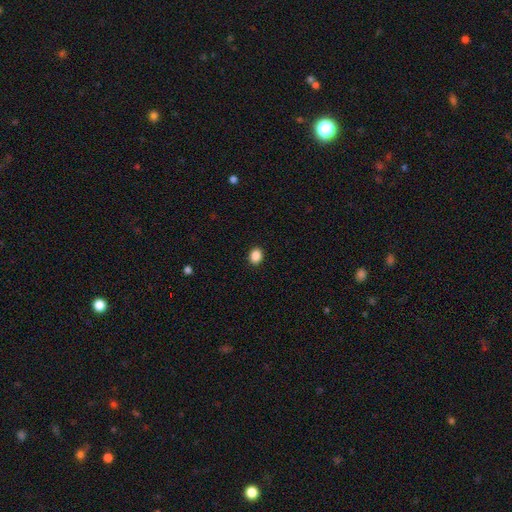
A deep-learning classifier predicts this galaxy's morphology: Smooth or featured?
  - smooth: 88% *
  - star or artifact: 9%
  - featured or disk: 3%
How rounded?
  - round: 59% *
  - in between: 40%
  - cigar-shaped: 1%
Merging?
  - none: 92% *
  - minor disturbance: 6%
  - major disturbance: 2%
  - merger: 1%